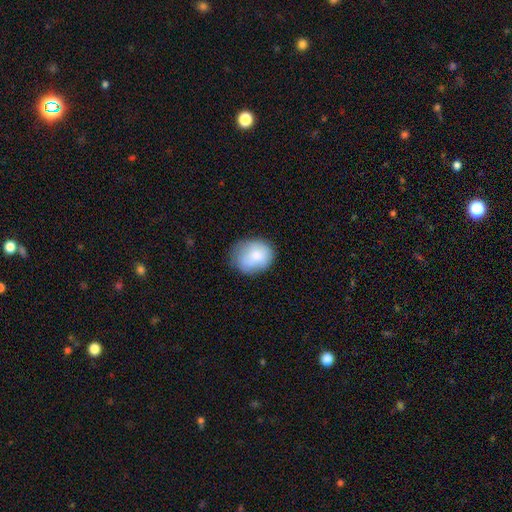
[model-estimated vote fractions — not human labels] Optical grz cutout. It shows a smooth galaxy with no disk features (79%) that is round (52%). Merging: none (60%).